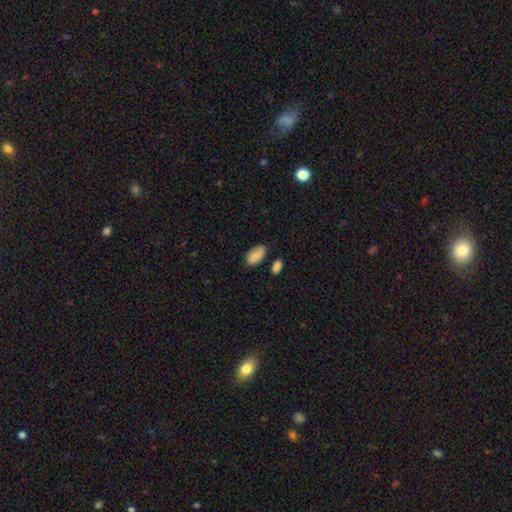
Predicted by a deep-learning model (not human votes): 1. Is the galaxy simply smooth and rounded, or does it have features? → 84% smooth, 10% featured or disk, 6% star or artifact.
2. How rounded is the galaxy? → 94% in between, 3% round, 2% cigar-shaped.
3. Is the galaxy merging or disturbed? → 77% none, 15% minor disturbance, 5% merger, 3% major disturbance.